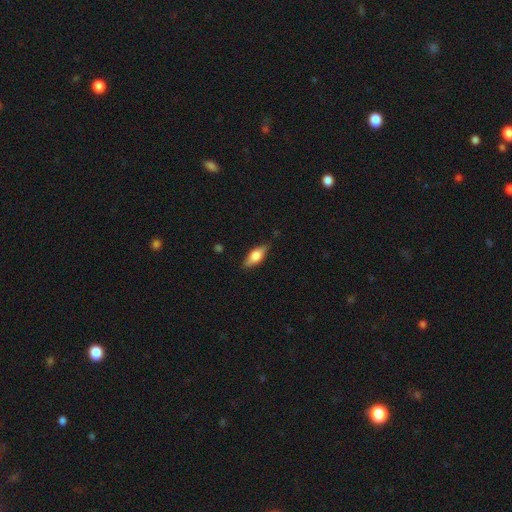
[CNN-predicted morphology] Smooth or featured?
  - smooth: 65% *
  - featured or disk: 28%
  - star or artifact: 6%
How rounded?
  - in between: 76% *
  - cigar-shaped: 21%
  - round: 3%
Merging?
  - none: 80% *
  - minor disturbance: 16%
  - major disturbance: 3%
  - merger: 1%